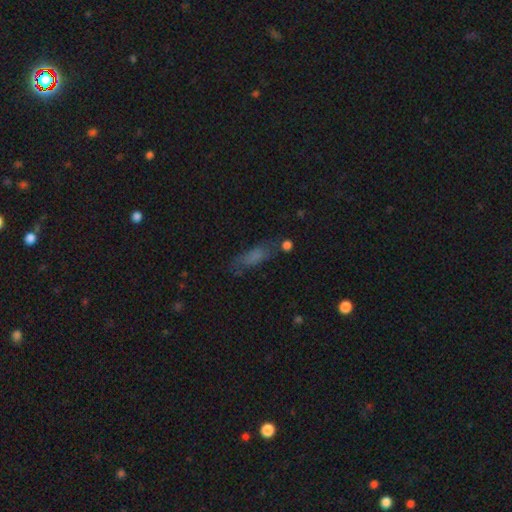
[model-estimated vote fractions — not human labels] smooth_or_featured: smooth (p=0.59) [alt: featured or disk p=0.23]
how_rounded: cigar-shaped (p=0.51) [alt: in between p=0.44]
merging: none (p=0.66) [alt: minor disturbance p=0.20]